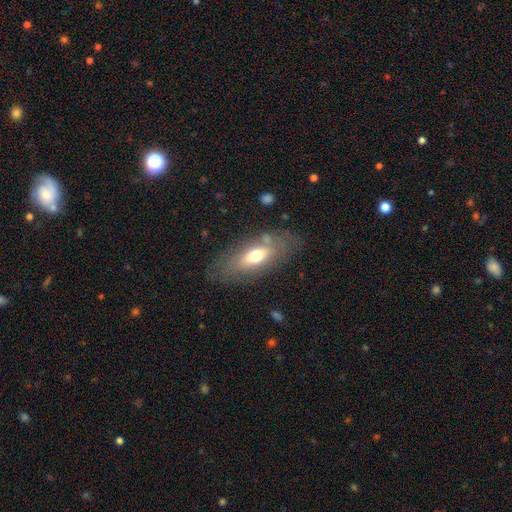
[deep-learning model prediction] A smooth galaxy with no disk features (58%) that is in between round and cigar-shaped (75%).

Vote fractions:
- Smooth or featured? smooth: 58% / featured or disk: 34% / star or artifact: 8%
- How rounded? in between: 75% / cigar-shaped: 21% / round: 4%
- Merging? none: 72% / minor disturbance: 17% / major disturbance: 8% / merger: 3%